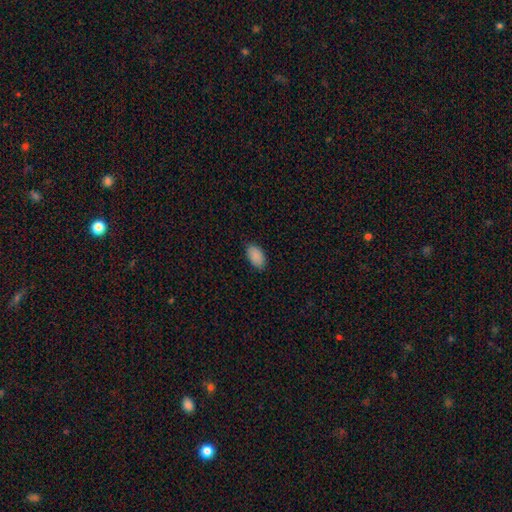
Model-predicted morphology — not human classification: A smooth galaxy with no disk features (89%) that is in between round and cigar-shaped (94%). Merging: none (85%).